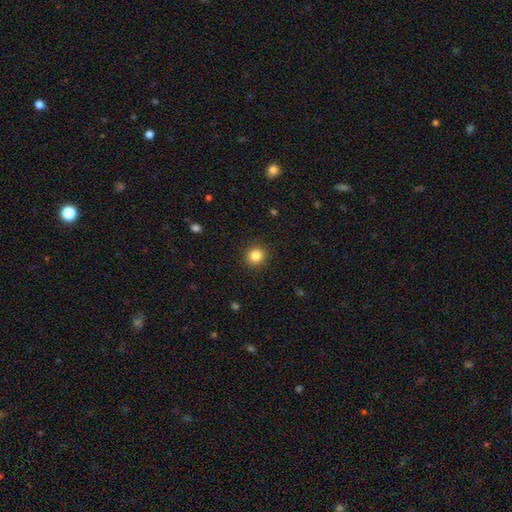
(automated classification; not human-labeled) The model was most divided on "smooth or featured": smooth: 84%, star or artifact: 11%, featured or disk: 5%. More confident: merging — none (91%); how rounded — round (90%).